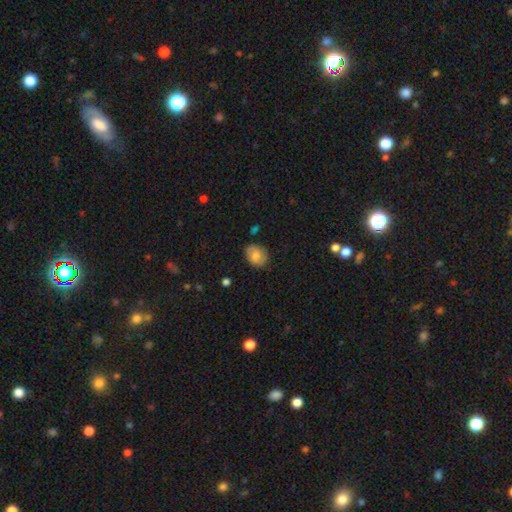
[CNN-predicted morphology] smooth-or-featured: smooth: 71% | featured or disk: 21% | star or artifact: 8%
  how-rounded: in between: 63% | round: 36% | cigar-shaped: 1%
  merging: none: 74% | minor disturbance: 20% | major disturbance: 4% | merger: 2%